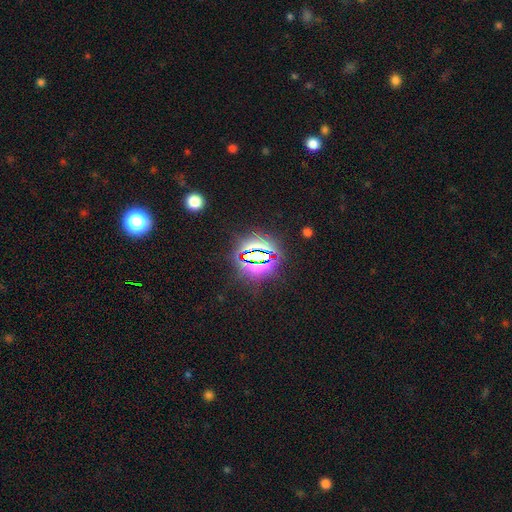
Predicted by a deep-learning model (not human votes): The model was most divided on "smooth or featured": star or artifact: 79%, smooth: 12%, featured or disk: 8%.